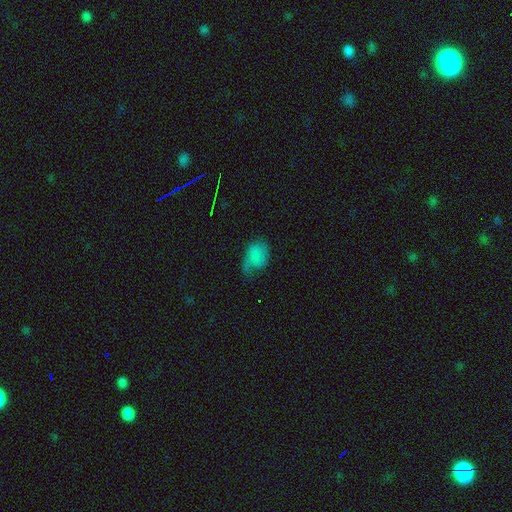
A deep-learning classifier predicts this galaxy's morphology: type=smooth (67%); roundness=in between (78%); merging=minor disturbance (37%).